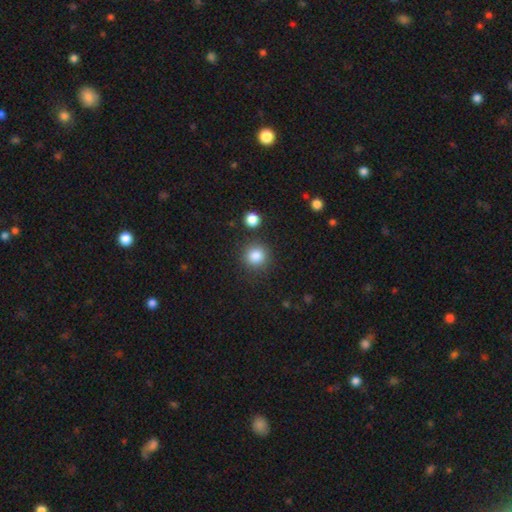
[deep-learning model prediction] Overall: smooth (85%). How rounded: round (92%). Merging: none (85%).